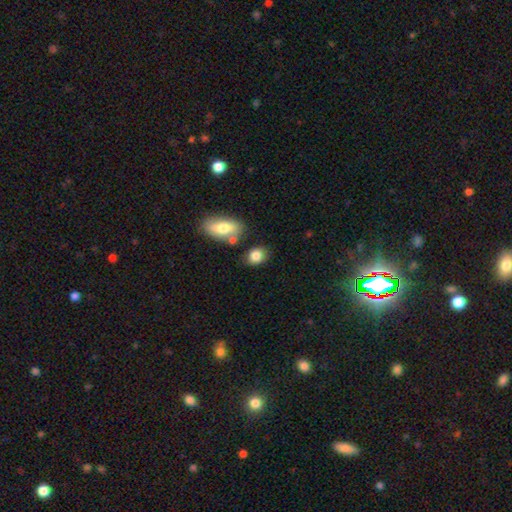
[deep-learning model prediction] Morphology: type=smooth (84%); roundness=in between (62%); merging=none (71%).